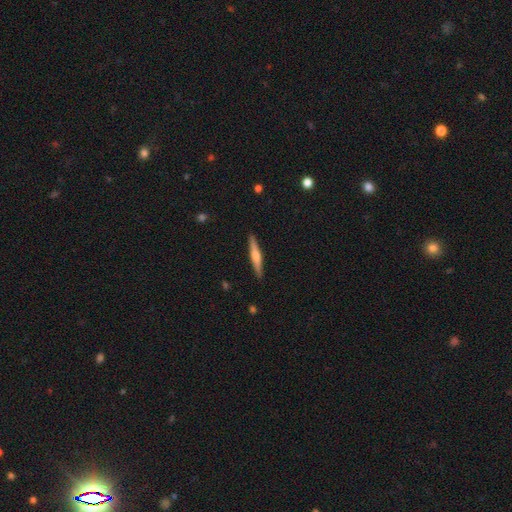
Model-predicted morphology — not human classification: This is possibly a featured or disk galaxy (55%). It is clearly viewed edge-on (97%). Edge-on bulge: likely rounded (70%). Merging: clearly none (91%).